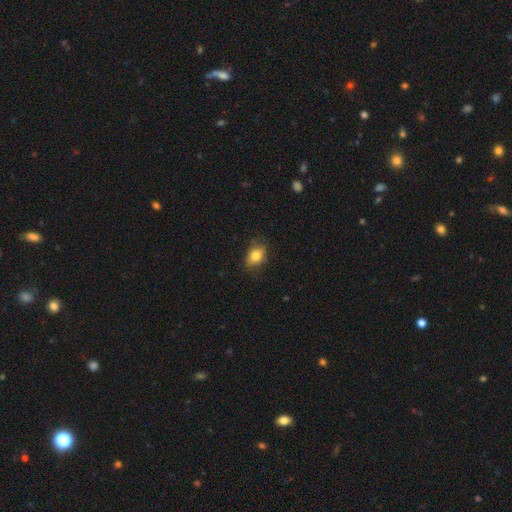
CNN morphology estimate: Q: Smooth or featured?
A: smooth (82%); runner-up: featured or disk (9%)
Q: How rounded?
A: in between (73%); runner-up: round (26%)
Q: Merging?
A: none (76%); runner-up: minor disturbance (19%)